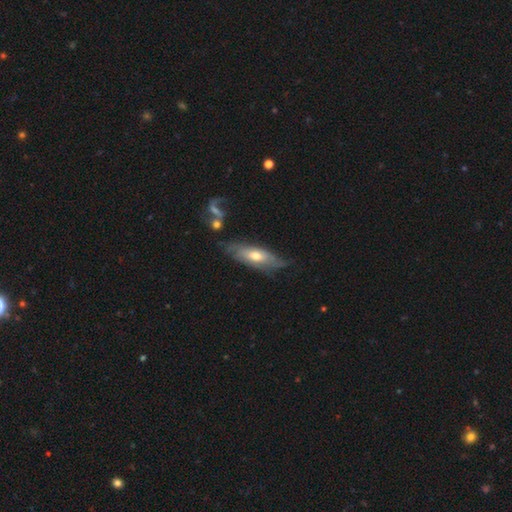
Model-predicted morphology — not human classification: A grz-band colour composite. It shows a featured or disk galaxy (57%). Merging: none (61%).